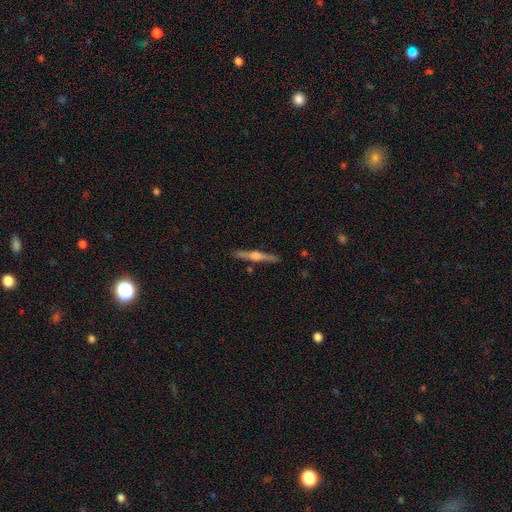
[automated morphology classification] Smooth or featured?
  - featured or disk: 77% *
  - smooth: 17%
  - star or artifact: 6%
Edge-on disk?
  - yes: 98% *
  - no: 2%
Edge-on bulge?
  - rounded: 90% *
  - boxy: 6%
  - none: 4%
Merging?
  - none: 90% *
  - minor disturbance: 7%
  - major disturbance: 1%
  - merger: 1%